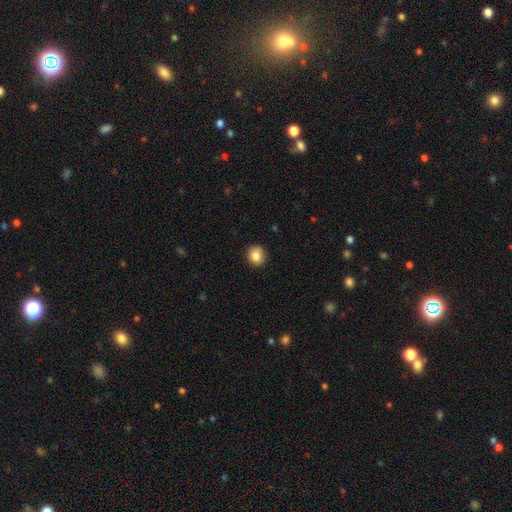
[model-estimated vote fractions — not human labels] The model was most divided on "how rounded": round: 86%, in between: 13%, cigar-shaped: 1%. More confident: merging — none (90%); smooth or featured — smooth (85%).